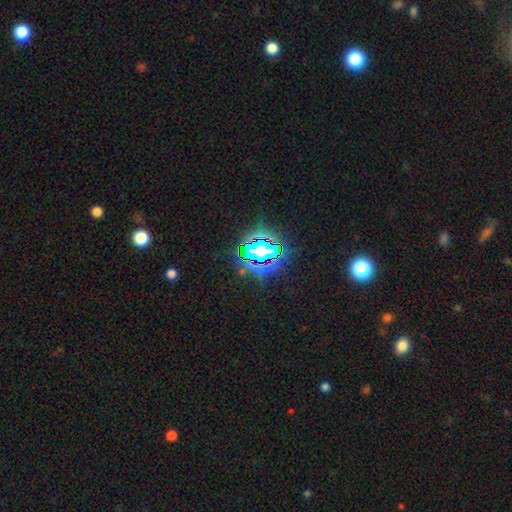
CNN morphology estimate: Smooth or featured?
  - star or artifact: 78% *
  - smooth: 13%
  - featured or disk: 9%